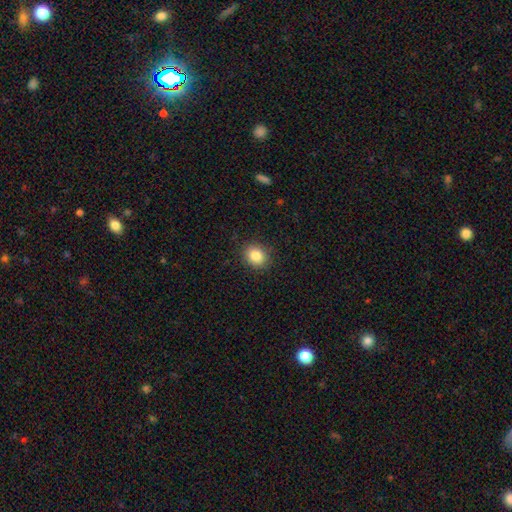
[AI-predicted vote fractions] Overall: smooth (84%). How rounded: round (66%; in between 33%). Merging: none (90%).